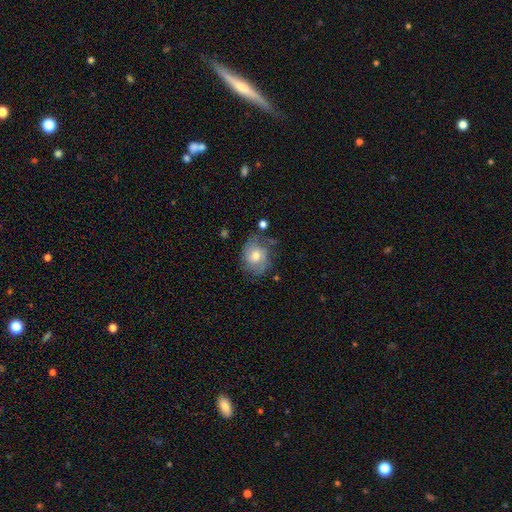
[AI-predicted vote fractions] This is possibly a smooth galaxy (56%). How rounded: possibly round (55%). Merging: possibly none (54%).